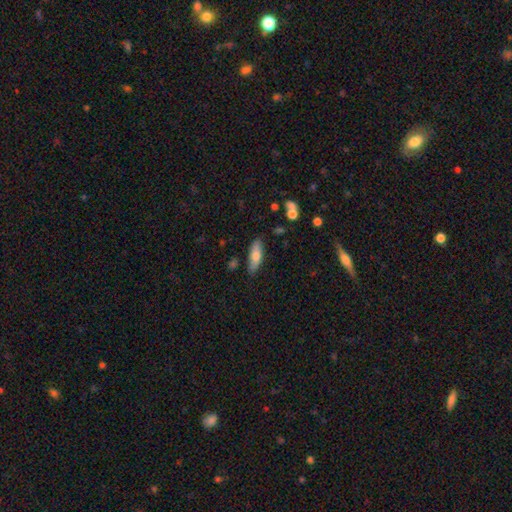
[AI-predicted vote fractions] This is likely a smooth galaxy (71%). How rounded: possibly in between (57%). Merging: clearly none (81%).